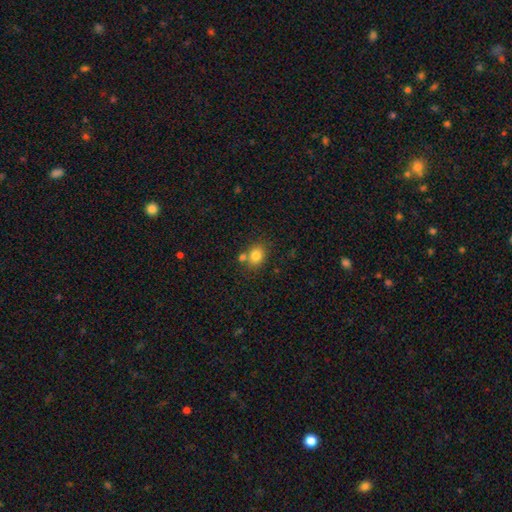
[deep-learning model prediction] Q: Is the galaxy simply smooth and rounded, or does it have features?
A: smooth — 81%.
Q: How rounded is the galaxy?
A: round — 59%.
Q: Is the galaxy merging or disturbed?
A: none — 64%.